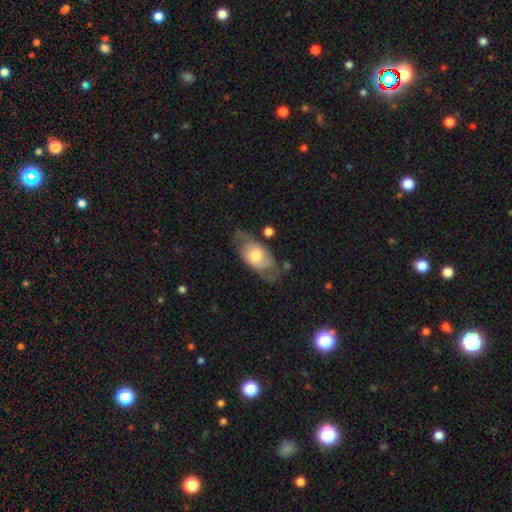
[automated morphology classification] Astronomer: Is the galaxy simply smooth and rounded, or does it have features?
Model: smooth — 50% (runner-up: featured or disk, 44%).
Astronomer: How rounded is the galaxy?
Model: in between — 88%.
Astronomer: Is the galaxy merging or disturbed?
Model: none — 58%.